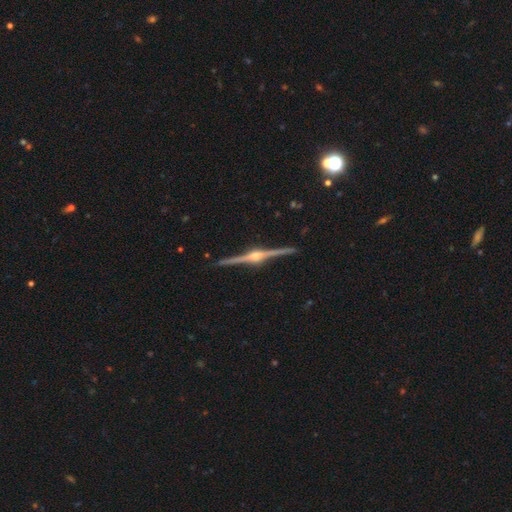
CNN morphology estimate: Overall: featured or disk (92%). Edge-on disk: yes (99%). Edge-on bulge: rounded (92%). Merging: none (92%).